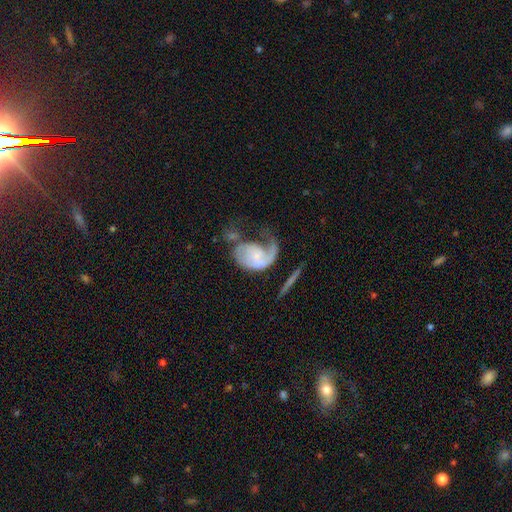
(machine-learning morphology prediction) Smooth or featured? Predicted: featured or disk (p=0.68). Edge-on disk? Predicted: no (p=0.97). Bar? Predicted: no (p=0.74). Spiral arms? Predicted: yes (p=0.81). Spiral winding? Predicted: loose (p=0.44). Spiral arm count? Predicted: 1 (p=0.75). Bulge size? Predicted: small (p=0.51). Merging? Predicted: major disturbance (p=0.49).